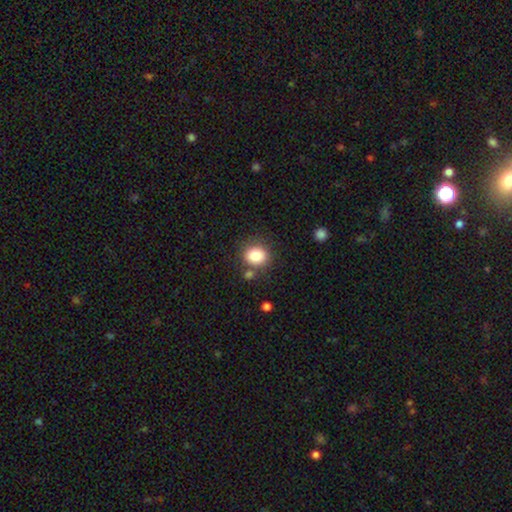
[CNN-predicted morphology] Smooth or featured?
  - smooth: 83% *
  - star or artifact: 10%
  - featured or disk: 7%
How rounded?
  - round: 69% *
  - in between: 30%
  - cigar-shaped: 1%
Merging?
  - none: 75% *
  - minor disturbance: 12%
  - merger: 9%
  - major disturbance: 4%